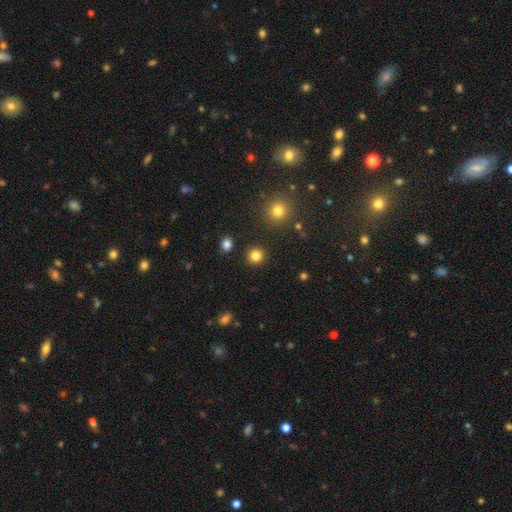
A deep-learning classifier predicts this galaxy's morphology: A smooth galaxy with no disk features (83%) that is round (93%). Merging: none (91%).